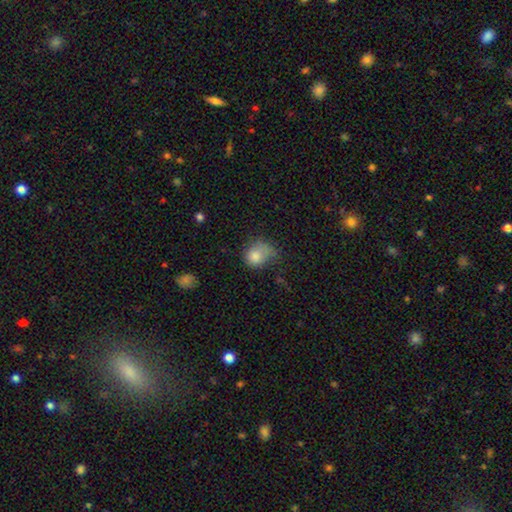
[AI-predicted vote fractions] A smooth galaxy with no disk features (79%) that is round (58%).

Vote fractions:
- Smooth or featured? smooth: 79% / featured or disk: 11% / star or artifact: 10%
- How rounded? round: 58% / in between: 41% / cigar-shaped: 1%
- Merging? none: 34% (tied) / minor disturbance: 34% (tied) / major disturbance: 26% / merger: 6%